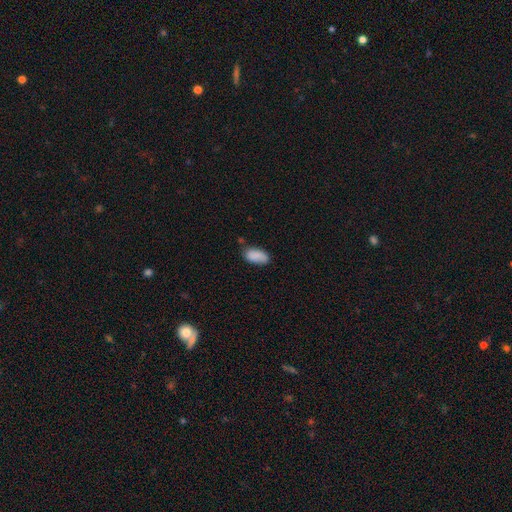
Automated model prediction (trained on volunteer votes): Smooth or featured: smooth — 85% (star or artifact — 8%)
How rounded: in between — 92% (cigar-shaped — 4%)
Merging: none — 66% (minor disturbance — 24%)